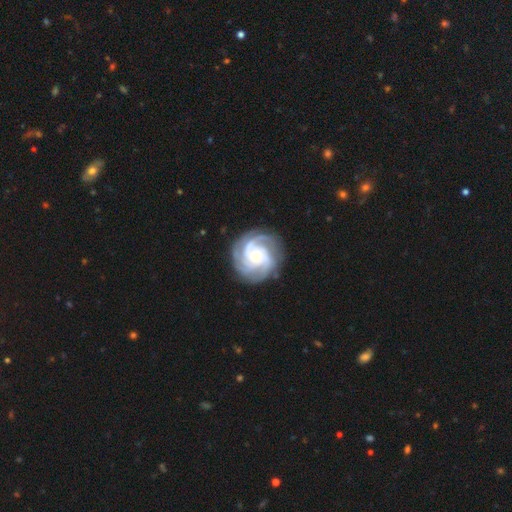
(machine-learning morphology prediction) This appears to be a featured or disk galaxy (89%) with no bar (72%), 3 (42%) tight (67%) spiral arms (98%) and a small central bulge (59%). Merging: none (82%).